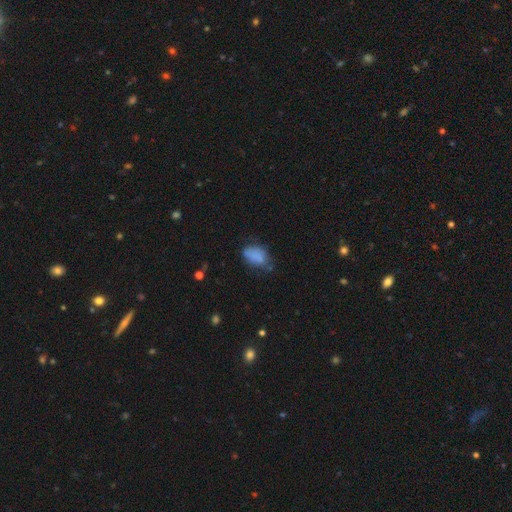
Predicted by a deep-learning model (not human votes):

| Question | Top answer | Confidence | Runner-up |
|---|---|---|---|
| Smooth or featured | smooth | 79% | featured or disk (11%) |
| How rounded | in between | 88% | round (10%) |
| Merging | none | 50% | minor disturbance (33%) |